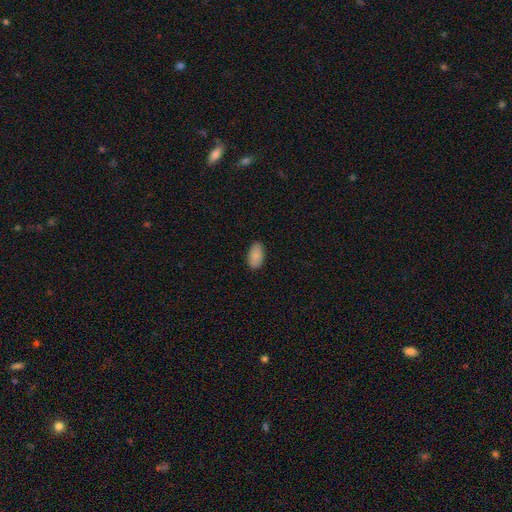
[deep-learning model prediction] This appears to be a smooth galaxy with no disk features (87%) that is in between round and cigar-shaped (95%). Merging: none (87%).